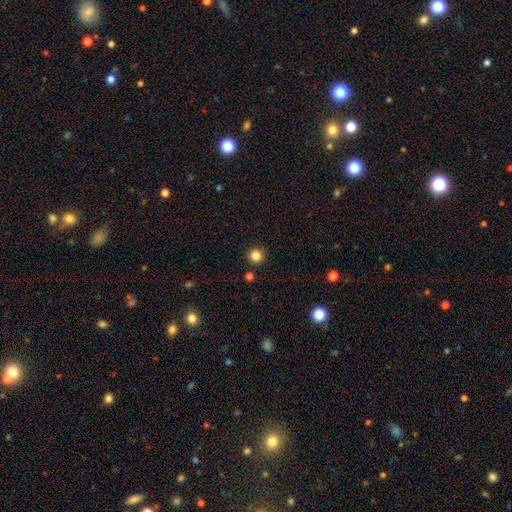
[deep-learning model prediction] smooth_or_featured: smooth (p=0.84) [alt: star or artifact p=0.12]
how_rounded: round (p=0.95) [alt: in between p=0.04]
merging: none (p=0.91) [alt: minor disturbance p=0.05]